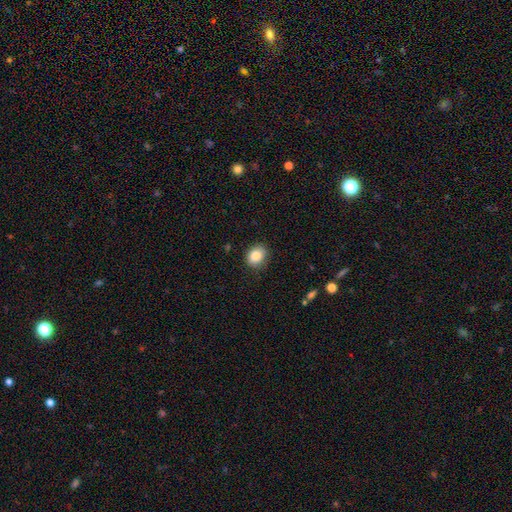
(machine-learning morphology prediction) Smooth or featured? smooth (85%)
How rounded? in between (54%)
Merging? none (85%)